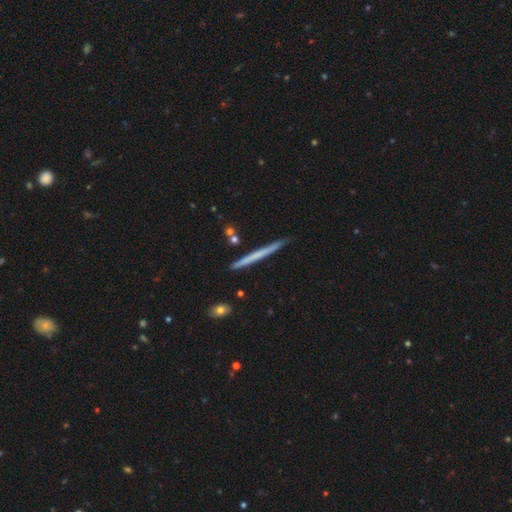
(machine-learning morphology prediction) Smooth or featured?
  - smooth: 49% *
  - featured or disk: 45%
  - star or artifact: 5%
Merging?
  - none: 88% *
  - minor disturbance: 8%
  - merger: 2%
  - major disturbance: 1%